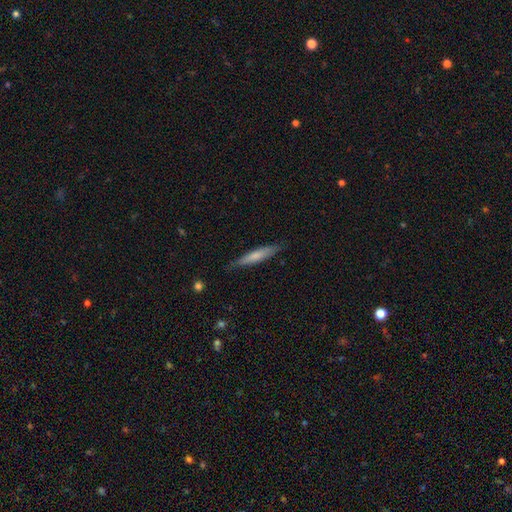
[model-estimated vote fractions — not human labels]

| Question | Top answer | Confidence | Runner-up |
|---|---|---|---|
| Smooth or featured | smooth | 64% | featured or disk (31%) |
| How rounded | cigar-shaped | 91% | in between (8%) |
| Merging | none | 83% | minor disturbance (14%) |